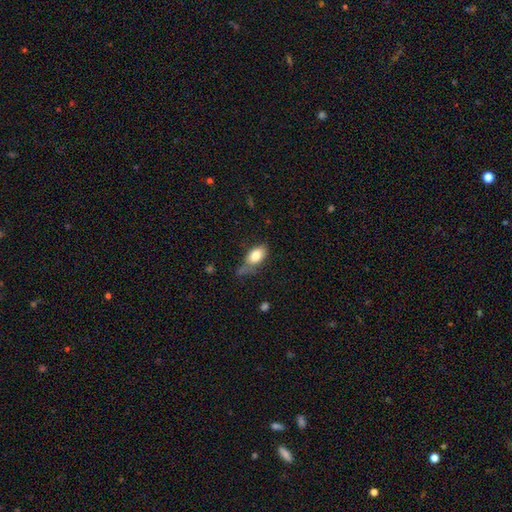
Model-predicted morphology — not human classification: This appears to be a smooth galaxy with no disk features (79%) that is in between round and cigar-shaped (87%). Merging: none (45%).